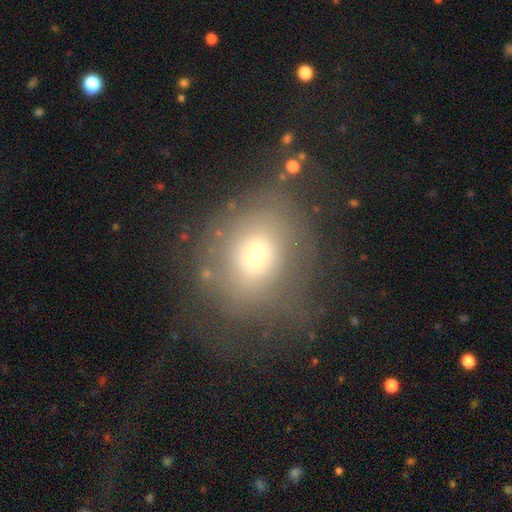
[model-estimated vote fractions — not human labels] smooth-or-featured: smooth: 58% | featured or disk: 26% | star or artifact: 16%
  how-rounded: round: 76% | in between: 23% | cigar-shaped: 1%
  merging: none: 57% | major disturbance: 21% | minor disturbance: 18% | merger: 3%